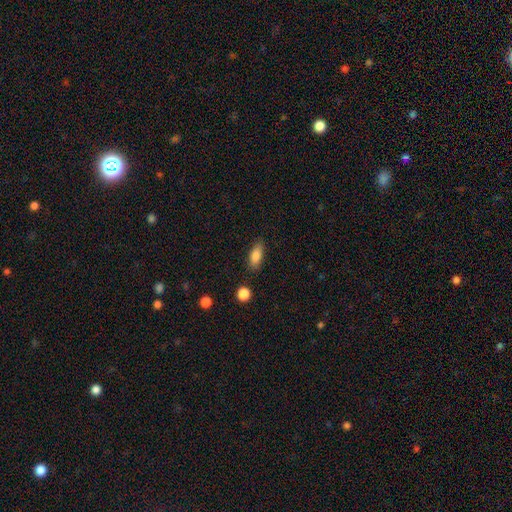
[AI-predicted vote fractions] The model was most divided on "how rounded": in between: 79%, cigar-shaped: 18%, round: 3%. More confident: smooth or featured — smooth (84%); merging — none (83%).